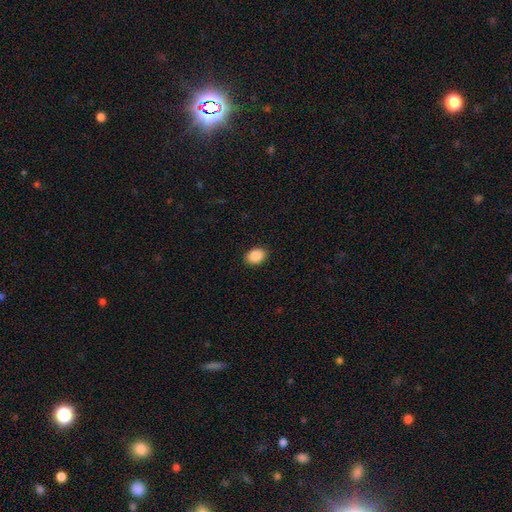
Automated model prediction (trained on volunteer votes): Q: Smooth or featured?
A: smooth (89%); runner-up: star or artifact (8%)
Q: How rounded?
A: in between (73%); runner-up: round (26%)
Q: Merging?
A: none (90%); runner-up: minor disturbance (7%)